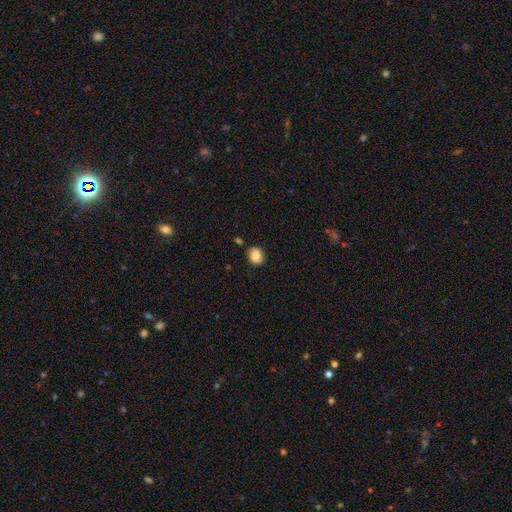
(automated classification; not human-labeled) This is likely a smooth galaxy (80%). How rounded: likely round (64%). Merging: likely none (79%).